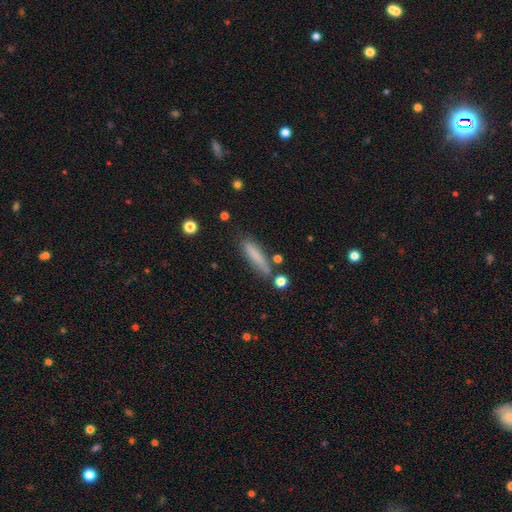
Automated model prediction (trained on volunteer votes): smooth_or_featured: smooth (p=0.77) [alt: featured or disk p=0.15]
how_rounded: cigar-shaped (p=0.83) [alt: in between p=0.15]
merging: none (p=0.73) [alt: minor disturbance p=0.16]